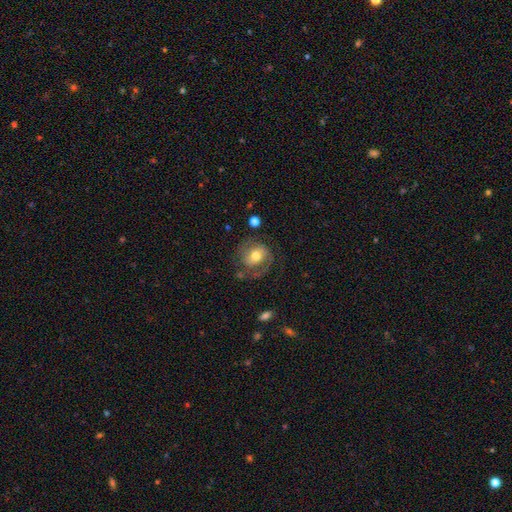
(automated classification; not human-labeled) This is likely a featured or disk galaxy (63%). It is clearly not viewed edge-on (97%). Bar: possibly no (57%). Spiral arm pattern: clearly yes (87%). Spiral arm count: likely 2 (69%). Spiral winding: possibly medium (45%). Central bulge: likely moderate (72%). Merging: likely none (62%).